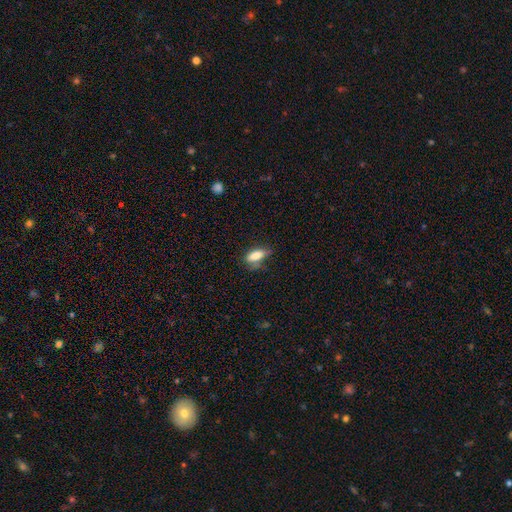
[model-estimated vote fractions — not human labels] A smooth galaxy with no disk features (80%) that is in between round and cigar-shaped (70%).

Vote fractions:
- Smooth or featured? smooth: 80% / featured or disk: 11% / star or artifact: 9%
- How rounded? in between: 70% / cigar-shaped: 26% / round: 3%
- Merging? none: 52% / minor disturbance: 30% / major disturbance: 12% / merger: 5%